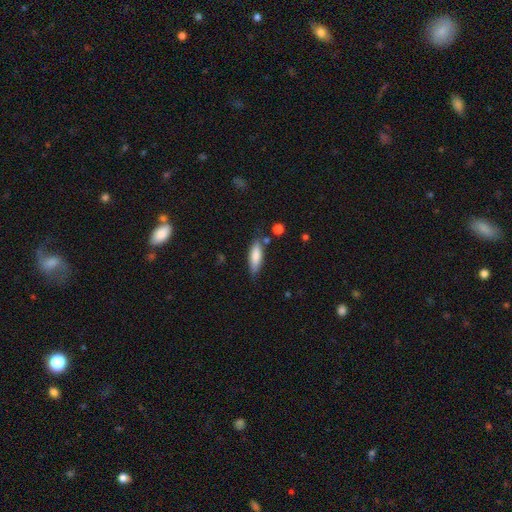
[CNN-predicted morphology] Overall: smooth (80%). How rounded: cigar-shaped (52%; in between 46%). Merging: none (77%).